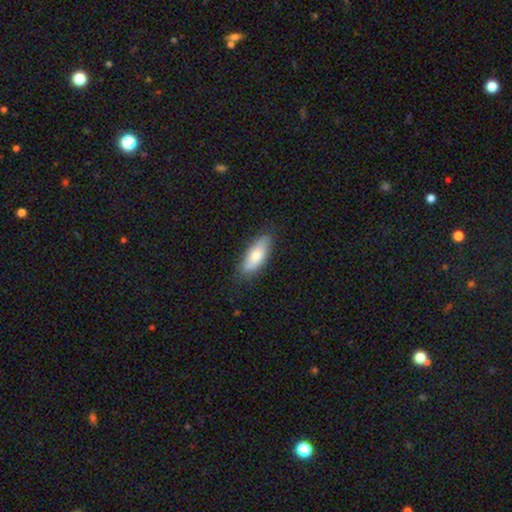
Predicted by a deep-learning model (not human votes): The model was most divided on "how rounded": in between: 69%, cigar-shaped: 28%, round: 2%. More confident: merging — none (82%); smooth or featured — smooth (70%).